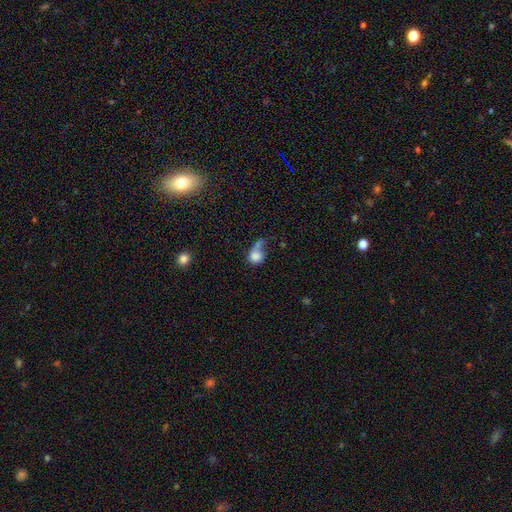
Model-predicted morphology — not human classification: This is likely a smooth galaxy (72%). How rounded: likely round (69%). Merging: marginally major disturbance (31%).